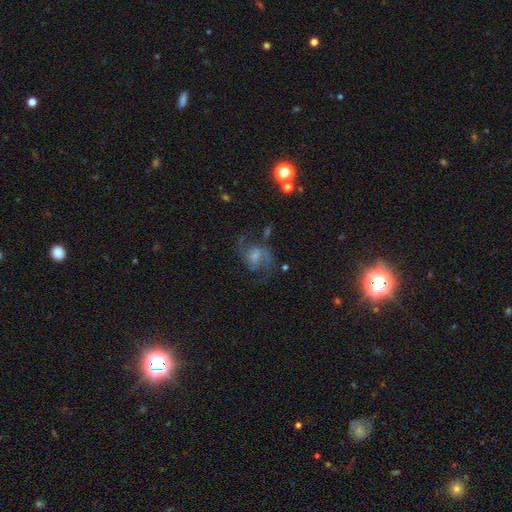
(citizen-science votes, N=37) Smooth or featured? featured or disk (81%)
Edge-on disk? no (100%)
Bar? weak (53%)
Spiral arms? yes (90%)
Spiral winding? medium (70%)
Spiral arm count? 2 (89%)
Bulge size? small (37%)
Merging? none (46%)